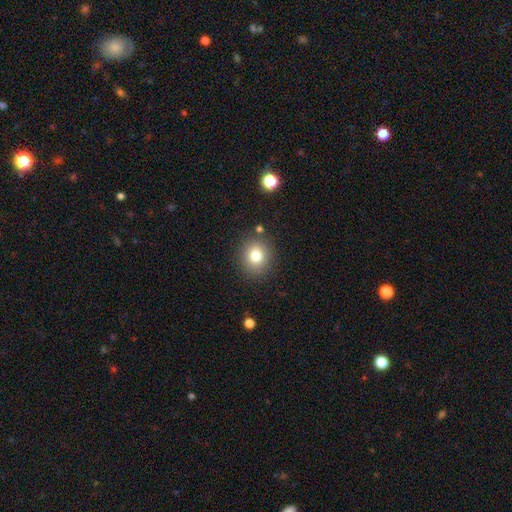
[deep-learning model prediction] Overall: smooth (79%). How rounded: round (80%). Merging: none (87%).